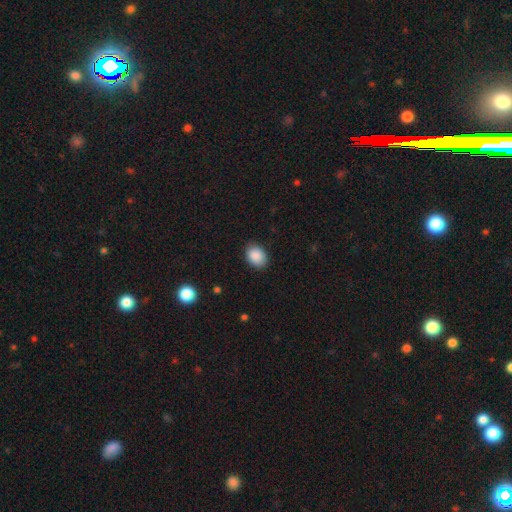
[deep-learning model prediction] Q: Smooth or featured?
A: smooth (89%); runner-up: star or artifact (8%)
Q: How rounded?
A: in between (66%); runner-up: round (34%)
Q: Merging?
A: none (86%); runner-up: minor disturbance (11%)